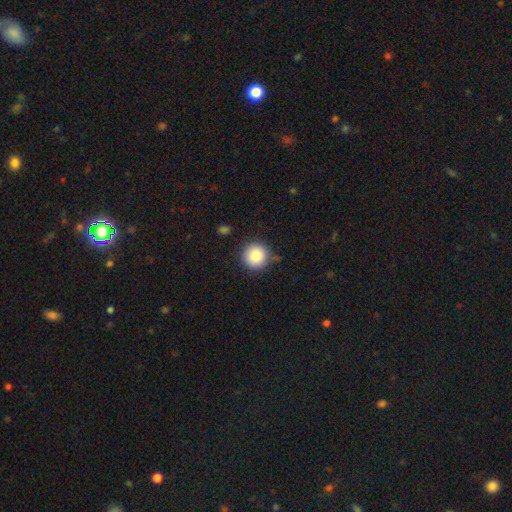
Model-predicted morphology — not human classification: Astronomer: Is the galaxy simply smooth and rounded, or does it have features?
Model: smooth — 87%.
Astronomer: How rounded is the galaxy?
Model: round — 96%.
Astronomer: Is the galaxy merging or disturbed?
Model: none — 83%.